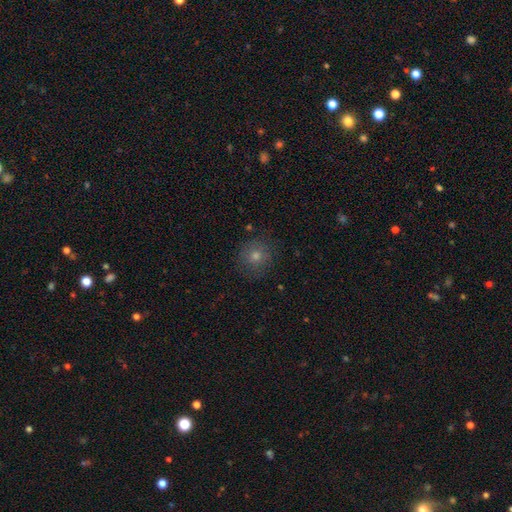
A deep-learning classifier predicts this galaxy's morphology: This appears to be a smooth galaxy with no disk features (65%) that is round (92%). Merging: none (87%).